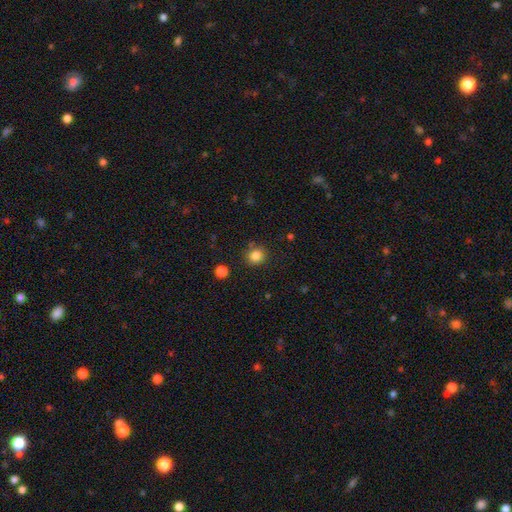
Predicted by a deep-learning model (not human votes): This is clearly a smooth galaxy (84%). How rounded: clearly round (84%). Merging: clearly none (82%).